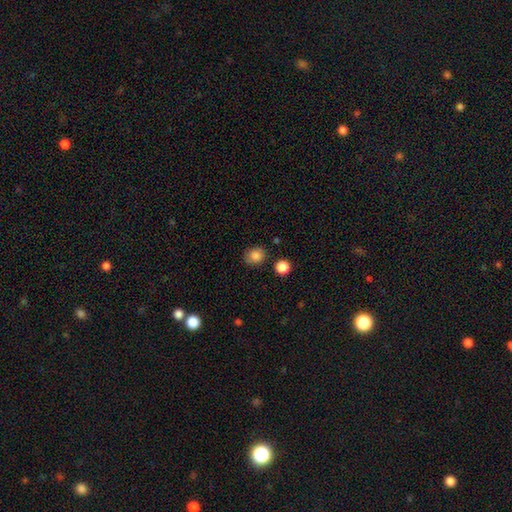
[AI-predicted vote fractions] Smooth or featured: smooth — 86% (star or artifact — 10%)
How rounded: round — 66% (in between — 33%)
Merging: none — 81% (minor disturbance — 12%)